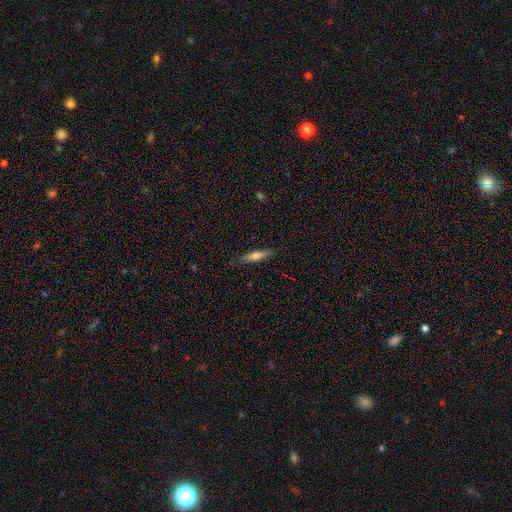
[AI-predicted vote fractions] Overall: smooth (57%; featured or disk 37%). How rounded: cigar-shaped (82%). Merging: none (85%).